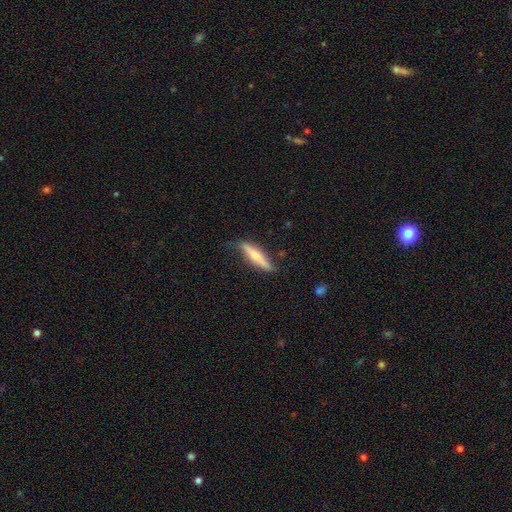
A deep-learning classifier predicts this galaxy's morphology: Smooth or featured? Predicted: smooth (p=0.58). How rounded? Predicted: cigar-shaped (p=0.84). Merging? Predicted: none (p=0.64).